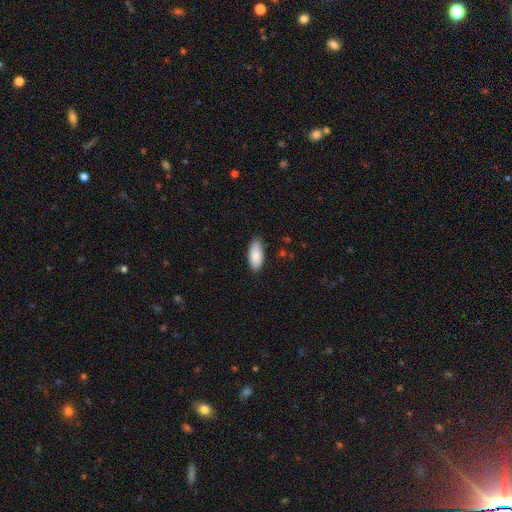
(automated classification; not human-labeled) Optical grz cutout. It shows a smooth galaxy with no disk features (86%) that is in between round and cigar-shaped (88%). Merging: none (82%).